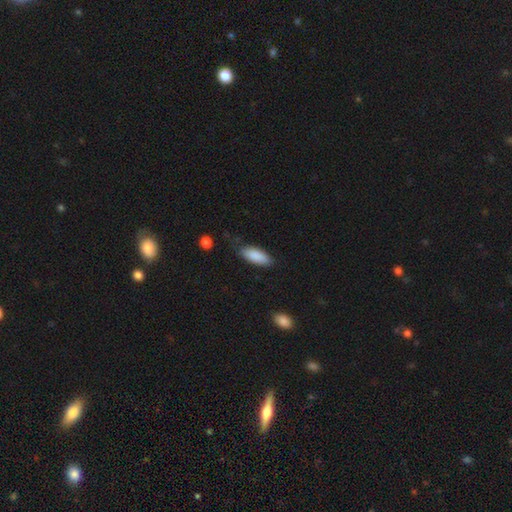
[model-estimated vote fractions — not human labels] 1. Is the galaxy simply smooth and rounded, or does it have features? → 88% smooth, 6% featured or disk, 6% star or artifact.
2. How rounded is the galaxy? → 78% in between, 21% cigar-shaped, 2% round.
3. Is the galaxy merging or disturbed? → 77% none, 18% minor disturbance, 4% major disturbance, 2% merger.